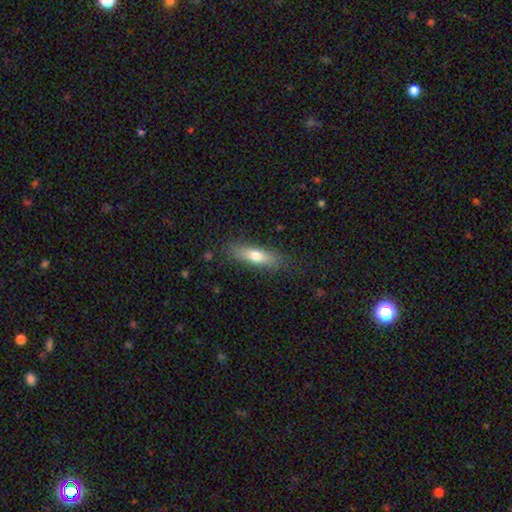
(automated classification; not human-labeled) This appears to be a smooth galaxy with no disk features (68%) that is cigar-shaped (53%). Merging: none (81%).